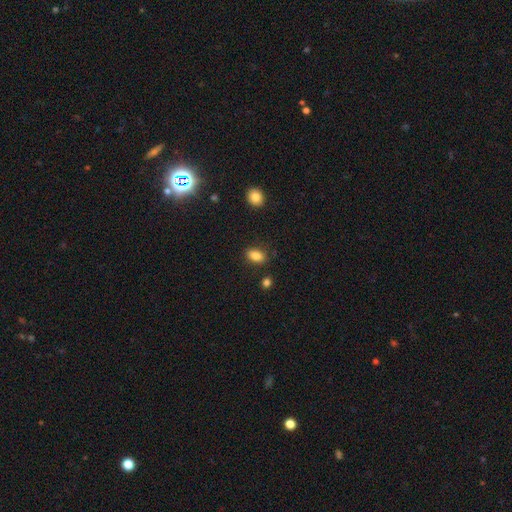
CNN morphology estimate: smooth 85%, star or artifact 9%, featured or disk 6%. Down the decision tree: how rounded — in between (87%); merging — none (84%).